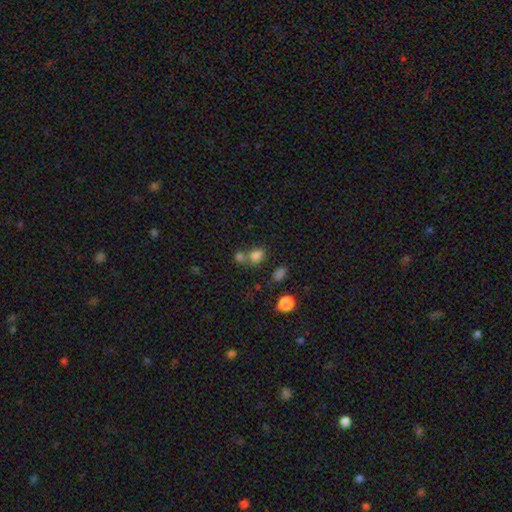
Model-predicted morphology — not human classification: A smooth galaxy with no disk features (78%) that is in between round and cigar-shaped (60%). Merging: none (45%).